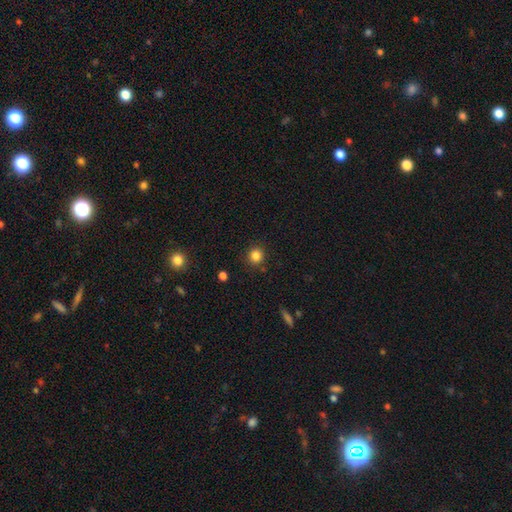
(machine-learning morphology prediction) smooth 84%, star or artifact 12%, featured or disk 4%. Down the decision tree: how rounded — round (89%); merging — none (88%).